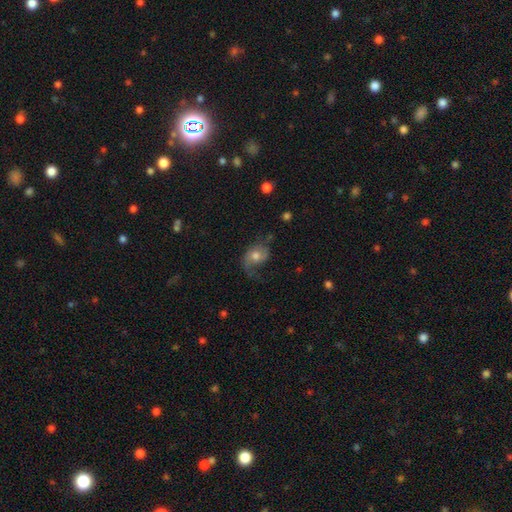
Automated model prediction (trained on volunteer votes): A featured or disk galaxy (51%).

Vote fractions:
- Smooth or featured? featured or disk: 51% / smooth: 40% / star or artifact: 9%
- Edge-on disk? no: 96% / yes: 4%
- Merging? none: 48% / minor disturbance: 27% / major disturbance: 23% / merger: 2%